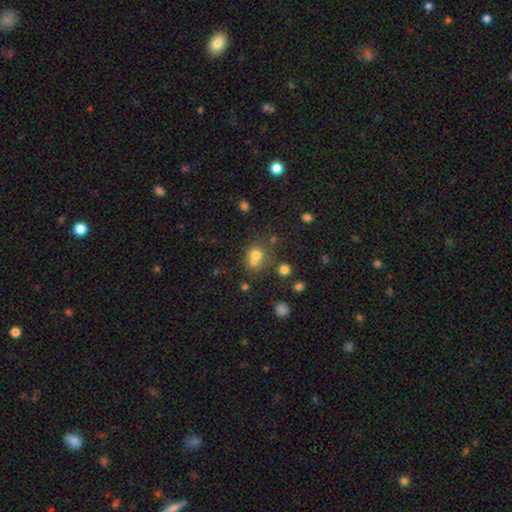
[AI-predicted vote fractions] This appears to be a smooth galaxy with no disk features (66%) that is round (76%). Merging: merger (49%).